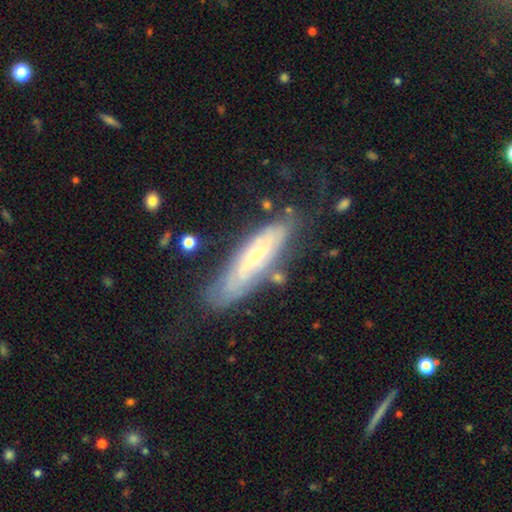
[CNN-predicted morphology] This is likely a featured or disk galaxy (64%). It is likely not viewed edge-on (65%). Merging: likely none (64%).